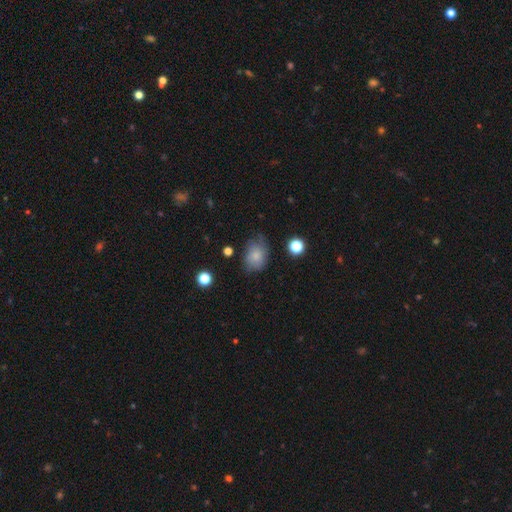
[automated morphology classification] Smooth or featured? smooth (80%)
How rounded? in between (68%)
Merging? none (61%)